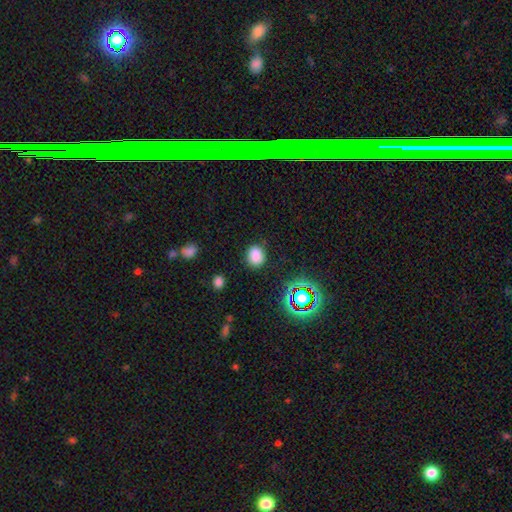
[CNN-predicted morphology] This appears to be a smooth galaxy with no disk features (80%) that is round (51%). Merging: none (83%).